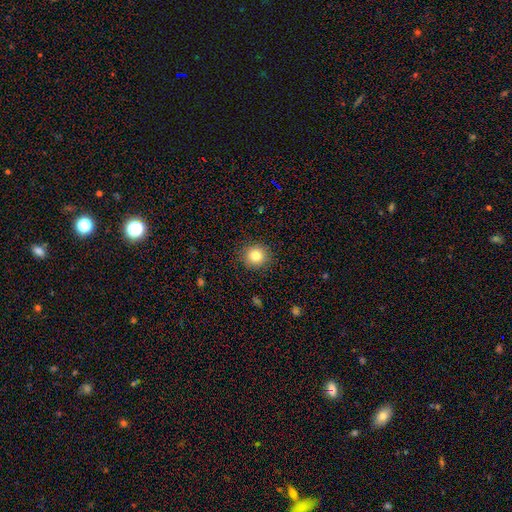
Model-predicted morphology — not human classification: Q: Smooth or featured?
A: smooth (82%); runner-up: star or artifact (11%)
Q: How rounded?
A: round (89%); runner-up: in between (10%)
Q: Merging?
A: none (90%); runner-up: minor disturbance (7%)